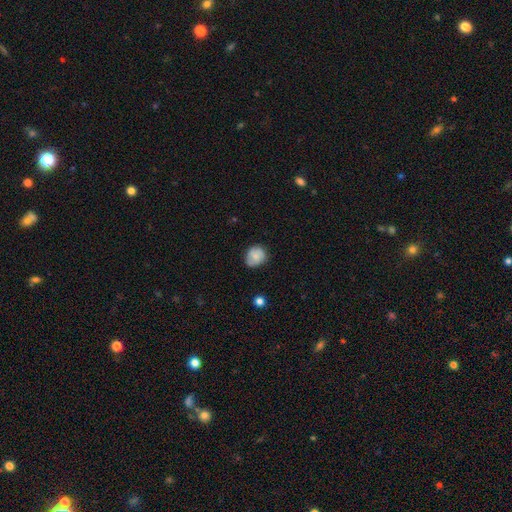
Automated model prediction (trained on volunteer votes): Morphology: type=smooth (71%); roundness=round (68%); merging=none (71%).